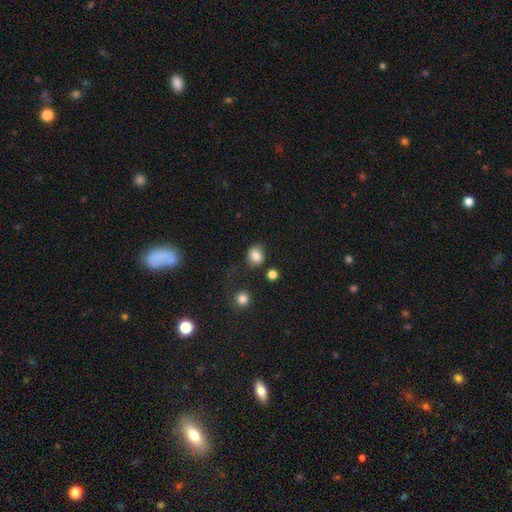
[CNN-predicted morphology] A smooth galaxy with no disk features (83%) that is round (71%).

Vote fractions:
- Smooth or featured? smooth: 83% / star or artifact: 10% / featured or disk: 7%
- How rounded? round: 71% / in between: 28% / cigar-shaped: 1%
- Merging? none: 73% / minor disturbance: 16% / major disturbance: 6% / merger: 5%